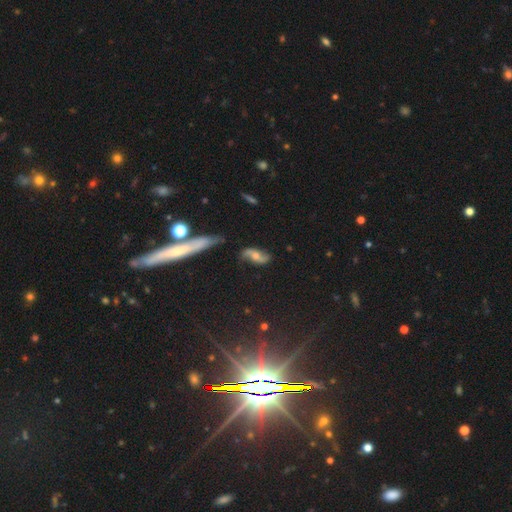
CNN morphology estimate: This is likely a featured or disk galaxy (67%). It is clearly not viewed edge-on (89%). Bar: possibly no (57%). Spiral arm pattern: clearly yes (88%). Spiral arm count: clearly 2 (91%). Spiral winding: likely loose (72%). Central bulge: likely moderate (62%). Merging: likely none (69%).